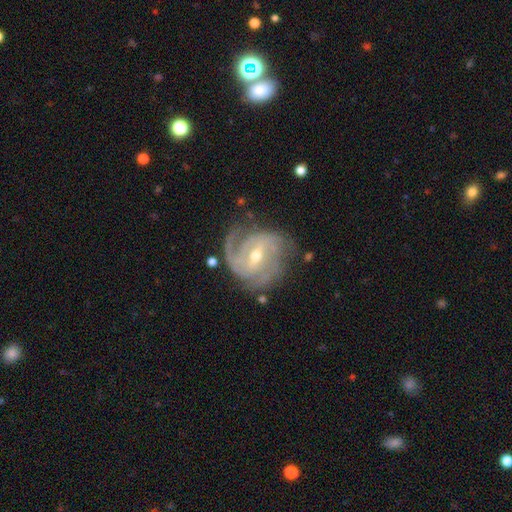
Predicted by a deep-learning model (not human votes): featured or disk 91%, smooth 5%, star or artifact 5%. Down the decision tree: edge-on disk — no (98%); bar — weak (53%); spiral arms — yes (97%); spiral arm count — 3 (37%); spiral winding — tight (51%); bulge size — moderate (53%); merging — none (68%).